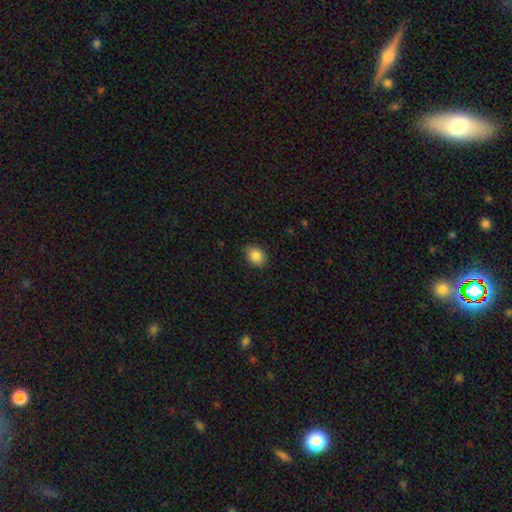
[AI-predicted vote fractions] Smooth or featured? Predicted: smooth (p=0.87). How rounded? Predicted: in between (p=0.56). Merging? Predicted: none (p=0.86).